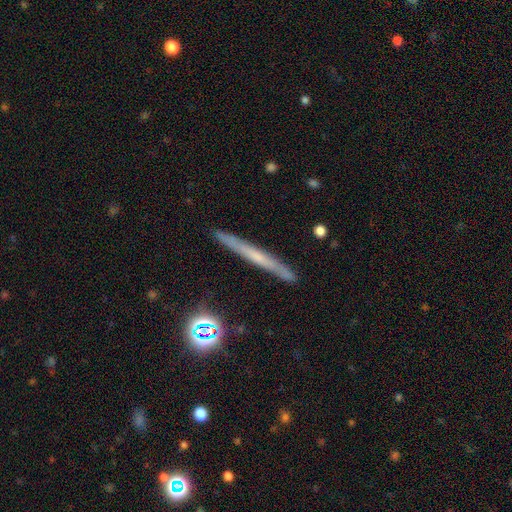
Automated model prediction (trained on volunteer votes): A featured or disk galaxy (52%) viewed edge-on (95%). Merging: none (89%).